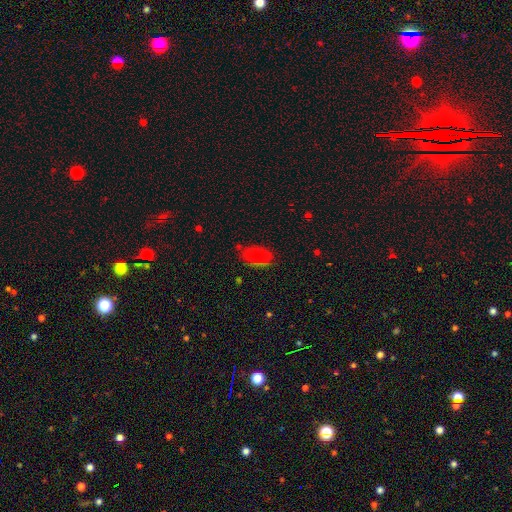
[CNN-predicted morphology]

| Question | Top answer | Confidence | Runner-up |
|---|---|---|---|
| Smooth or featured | smooth | 71% | featured or disk (17%) |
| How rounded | in between | 90% | round (7%) |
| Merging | none | 68% | minor disturbance (22%) |